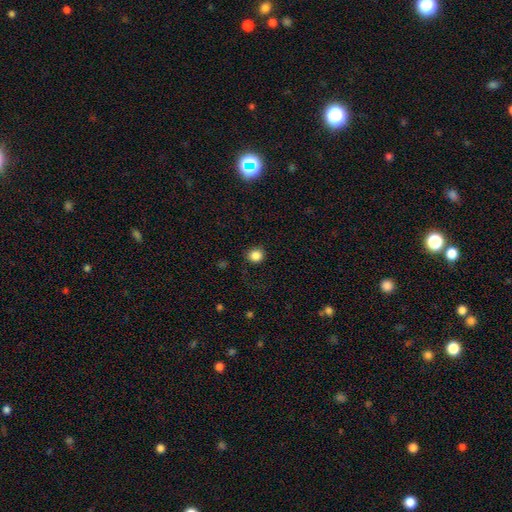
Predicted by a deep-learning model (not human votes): Overall: smooth (85%). How rounded: round (90%). Merging: none (85%).